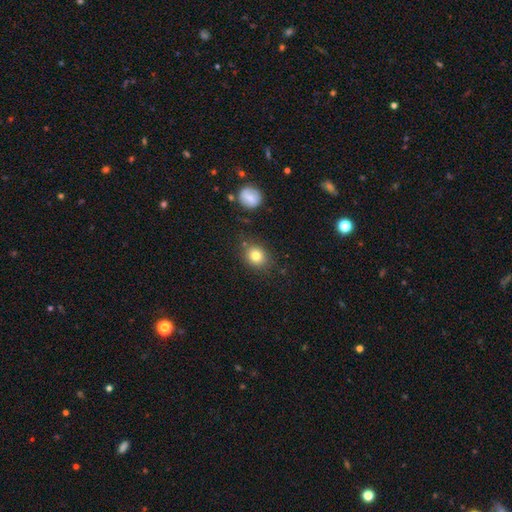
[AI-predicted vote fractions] Smooth or featured? smooth (80%)
How rounded? round (67%)
Merging? none (80%)